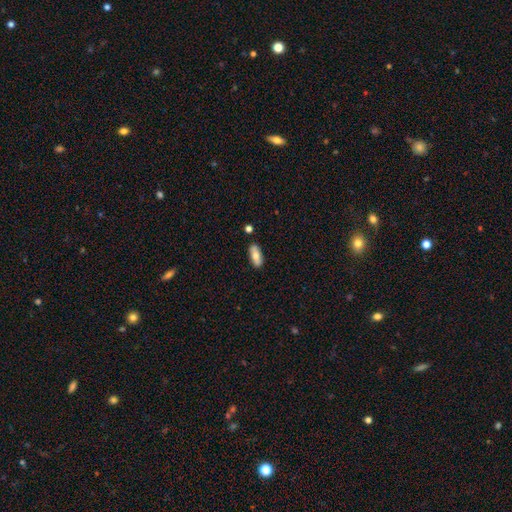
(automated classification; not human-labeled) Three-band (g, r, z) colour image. It shows a smooth galaxy with no disk features (71%) that is in between round and cigar-shaped (78%). Merging: none (85%).